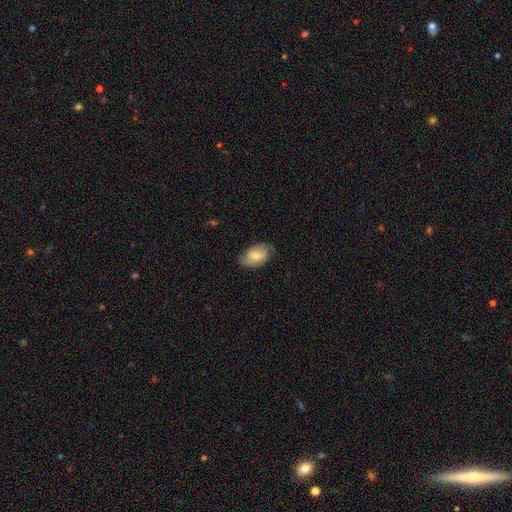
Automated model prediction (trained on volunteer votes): This is likely a smooth galaxy (67%). How rounded: clearly in between (90%). Merging: likely none (71%).